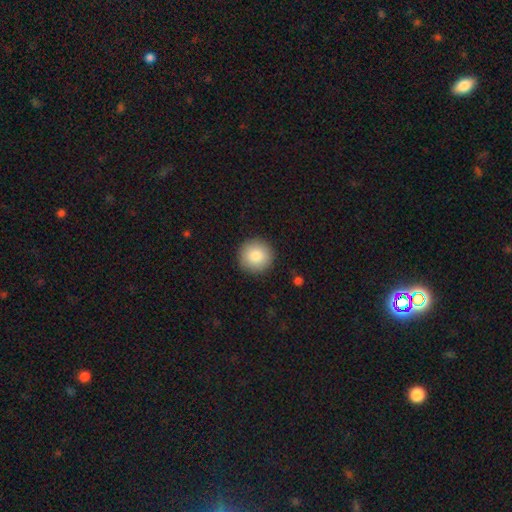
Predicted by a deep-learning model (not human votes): This is clearly a smooth galaxy (86%). How rounded: clearly round (95%). Merging: clearly none (92%).